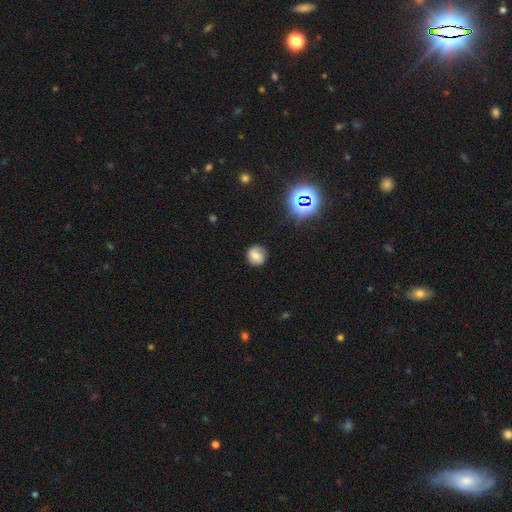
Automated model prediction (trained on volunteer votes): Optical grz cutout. It shows a smooth galaxy with no disk features (64%) that is round (87%). Merging: none (83%).